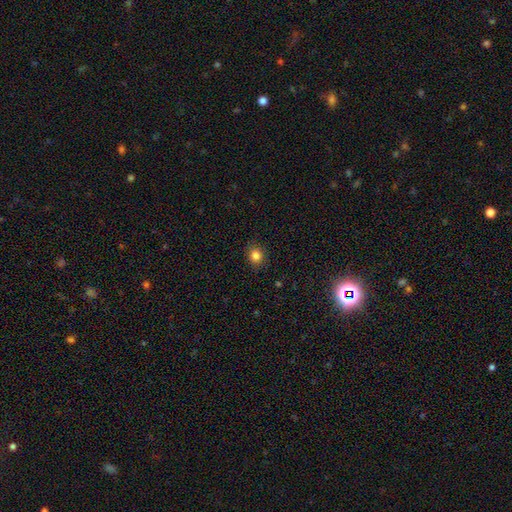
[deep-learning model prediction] smooth-or-featured: smooth: 83% | star or artifact: 12% | featured or disk: 5%
  how-rounded: round: 76% | in between: 23% | cigar-shaped: 1%
  merging: none: 89% | minor disturbance: 8% | major disturbance: 2% | merger: 1%